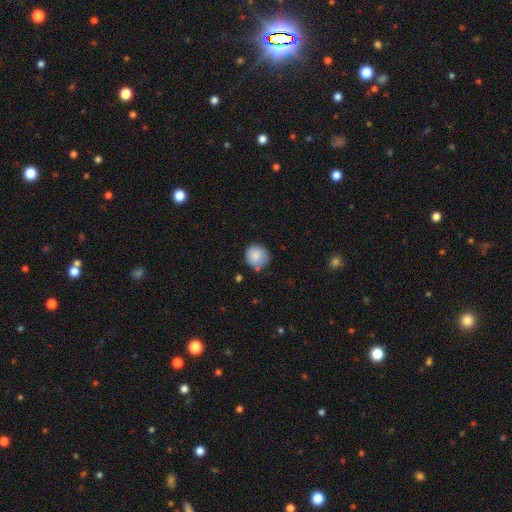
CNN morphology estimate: type=smooth (84%); roundness=round (89%); merging=none (70%).